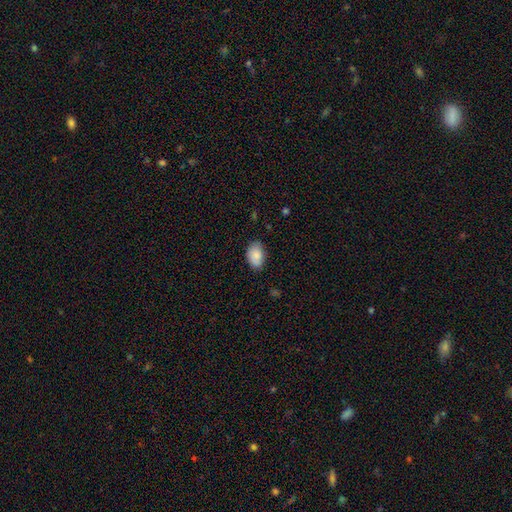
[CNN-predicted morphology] Overall: smooth (86%). How rounded: in between (89%). Merging: none (76%).